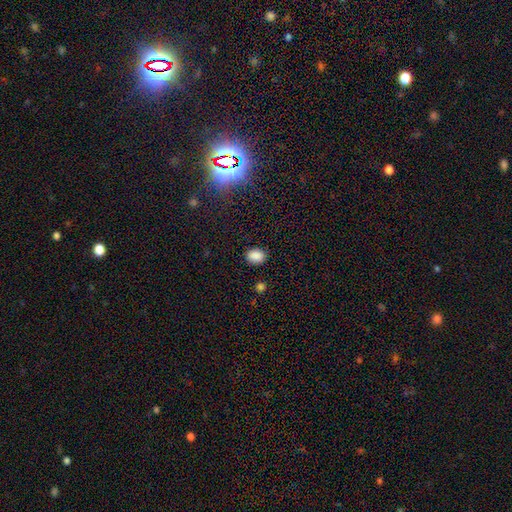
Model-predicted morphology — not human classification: A smooth galaxy with no disk features (87%) that is in between round and cigar-shaped (62%). Merging: none (87%).